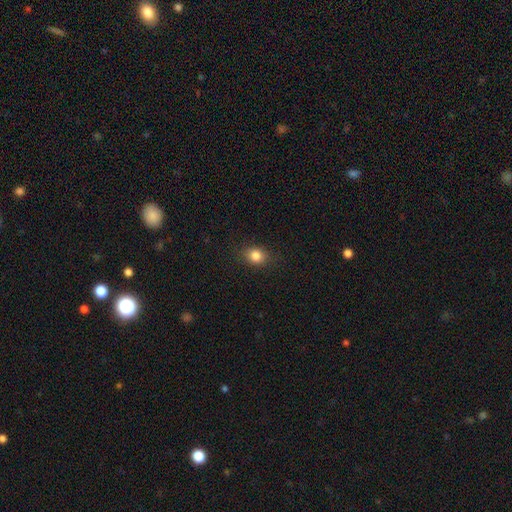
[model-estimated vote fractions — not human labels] Overall: smooth (83%). How rounded: round (54%; in between 44%). Merging: none (86%).